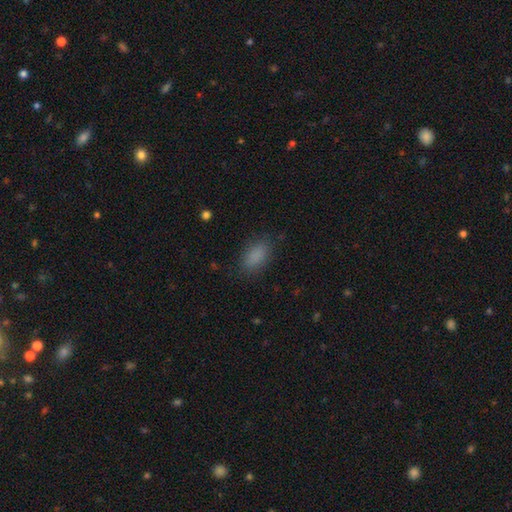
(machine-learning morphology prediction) The model was most divided on "merging": none: 84%, minor disturbance: 11%, major disturbance: 4%, merger: 1%. More confident: how rounded — in between (90%); smooth or featured — smooth (86%).